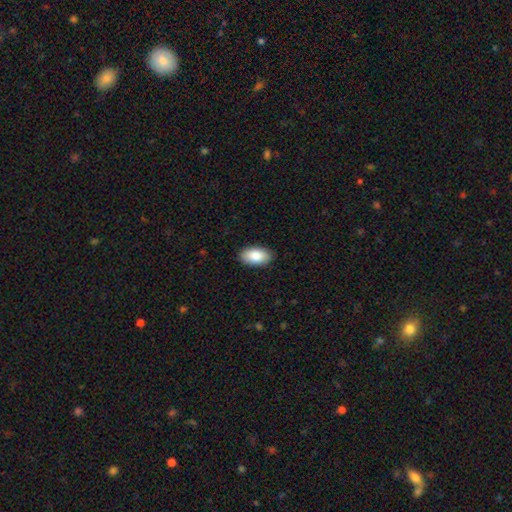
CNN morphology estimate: This is clearly a smooth galaxy (85%). How rounded: clearly in between (95%). Merging: clearly none (89%).